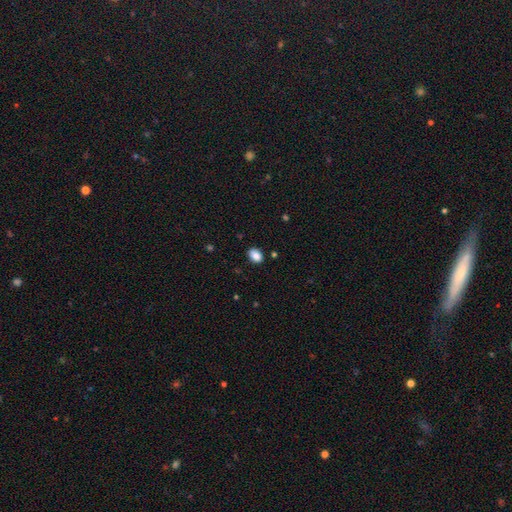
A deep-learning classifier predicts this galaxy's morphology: Smooth or featured?
  - smooth: 87% *
  - star or artifact: 9%
  - featured or disk: 4%
How rounded?
  - in between: 78% *
  - round: 21%
  - cigar-shaped: 1%
Merging?
  - none: 85% *
  - minor disturbance: 11%
  - major disturbance: 2%
  - merger: 2%